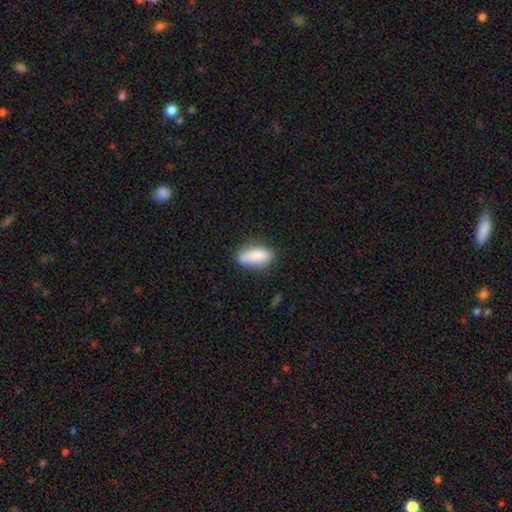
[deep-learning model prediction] smooth_or_featured: smooth (p=0.84) [alt: featured or disk p=0.08]
how_rounded: in between (p=0.82) [alt: cigar-shaped p=0.15]
merging: none (p=0.68) [alt: minor disturbance p=0.23]